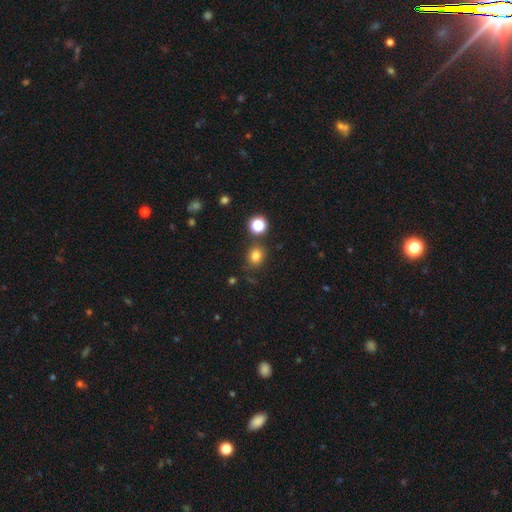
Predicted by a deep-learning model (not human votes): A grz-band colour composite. It shows a smooth galaxy with no disk features (79%) that is round (71%). Merging: none (79%).